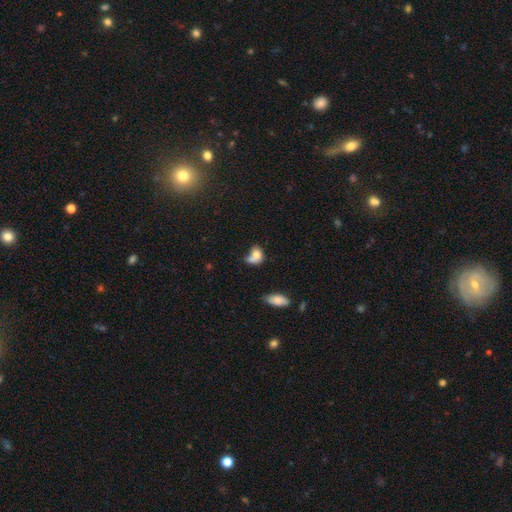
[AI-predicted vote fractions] Smooth or featured? Predicted: smooth (p=0.74). How rounded? Predicted: in between (p=0.63). Merging? Predicted: merger (p=0.44).